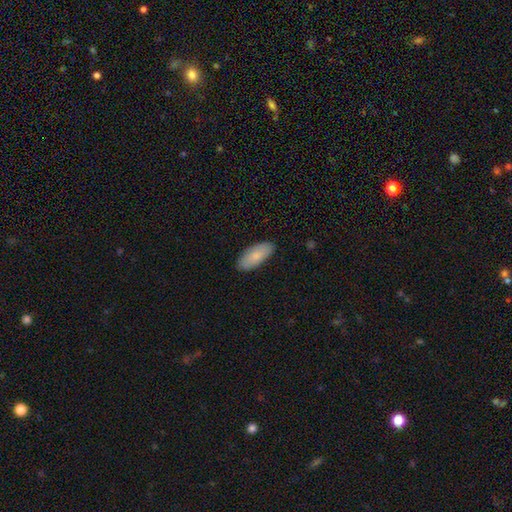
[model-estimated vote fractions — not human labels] Q: Smooth or featured?
A: smooth (82%); runner-up: featured or disk (12%)
Q: How rounded?
A: in between (87%); runner-up: cigar-shaped (11%)
Q: Merging?
A: none (88%); runner-up: minor disturbance (10%)